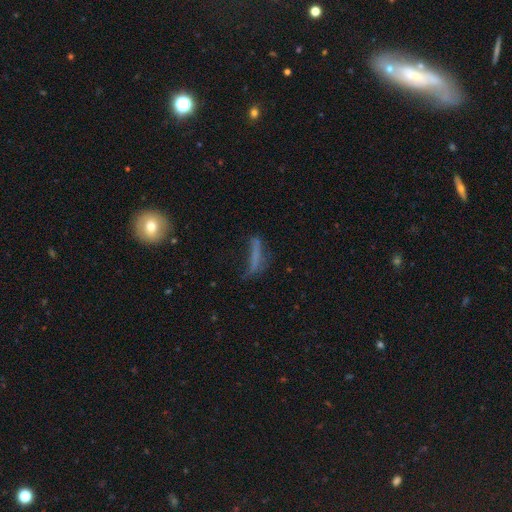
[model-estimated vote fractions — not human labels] A smooth galaxy with no disk features (54%) that is cigar-shaped (81%).

Vote fractions:
- Smooth or featured? smooth: 54% / featured or disk: 30% / star or artifact: 16%
- How rounded? cigar-shaped: 81% / in between: 15% / round: 4%
- Merging? none: 41% / major disturbance: 29% / minor disturbance: 24% / merger: 6%